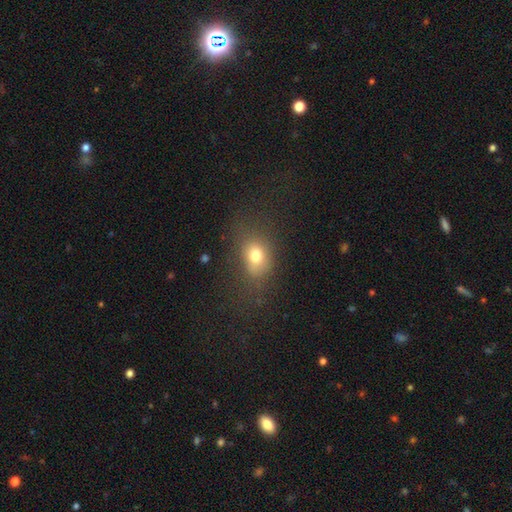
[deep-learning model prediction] This appears to be a smooth galaxy with no disk features (74%) that is in between round and cigar-shaped (59%). Merging: none (67%).